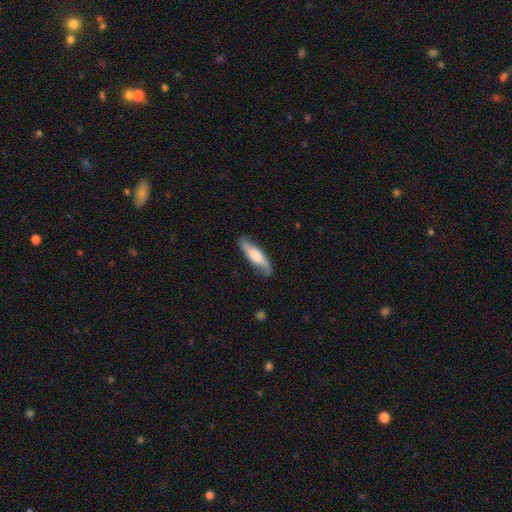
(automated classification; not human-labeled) smooth 53%, featured or disk 42%, star or artifact 5%. Down the decision tree: how rounded — cigar-shaped (59%); merging — none (75%).